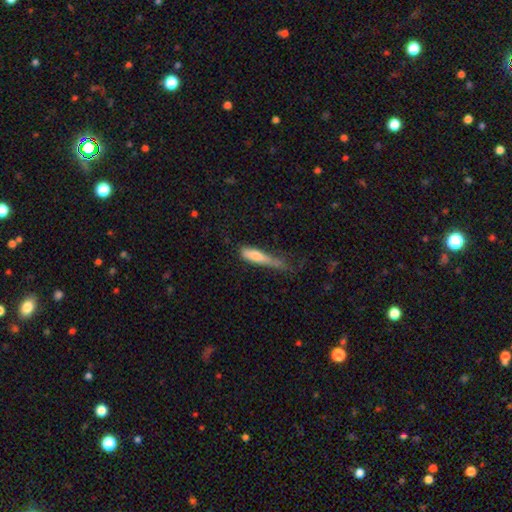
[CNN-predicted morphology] A smooth galaxy with no disk features (75%) that is cigar-shaped (78%). Merging: minor disturbance (39%).